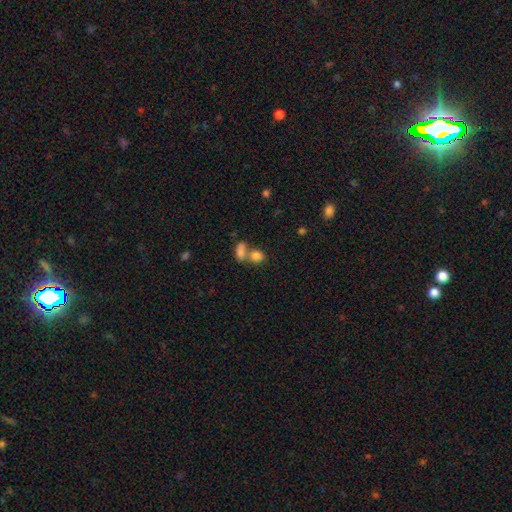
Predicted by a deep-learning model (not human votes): Q: Smooth or featured?
A: smooth (82%); runner-up: star or artifact (10%)
Q: How rounded?
A: in between (51%); runner-up: round (46%)
Q: Merging?
A: merger (53%); runner-up: none (35%)